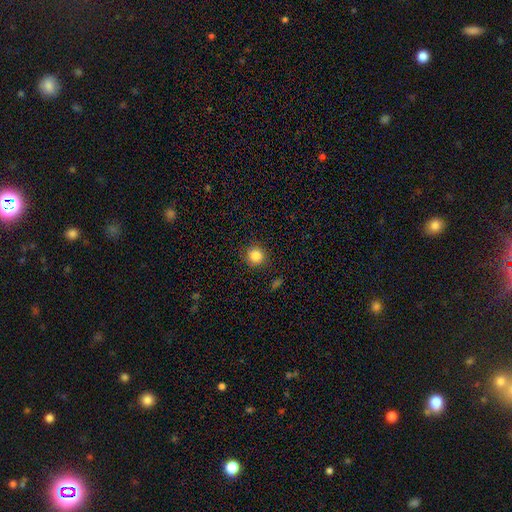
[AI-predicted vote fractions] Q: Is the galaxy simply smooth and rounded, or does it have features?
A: smooth — 85%.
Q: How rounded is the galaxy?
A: round — 93%.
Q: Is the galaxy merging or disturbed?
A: none — 88%.